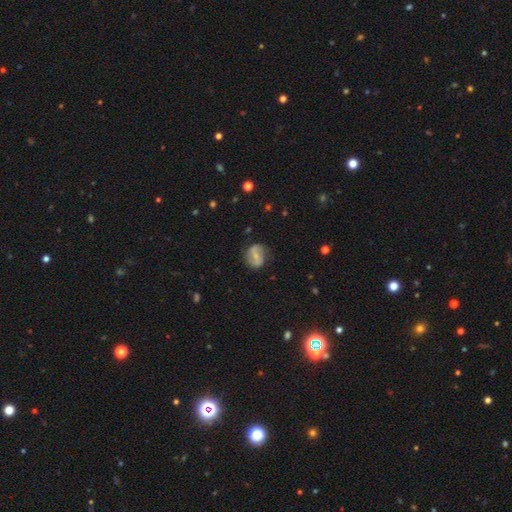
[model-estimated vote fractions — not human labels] Overall: featured or disk (64%; smooth 28%). Edge-on disk: no (97%). Bar: weak (41%; strong 37%). Spiral arms: yes (82%). Spiral arm count: 2 (85%). Spiral winding: medium (42%; loose 38%). Bulge size: small (56%; moderate 24%). Merging: none (72%).